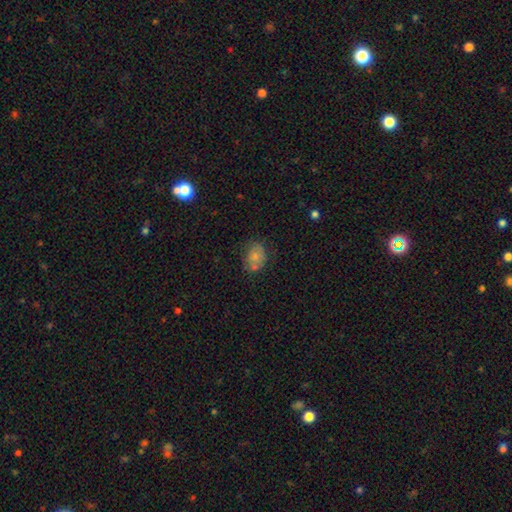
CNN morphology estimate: type=smooth (70%); roundness=in between (56%); merging=none (54%).